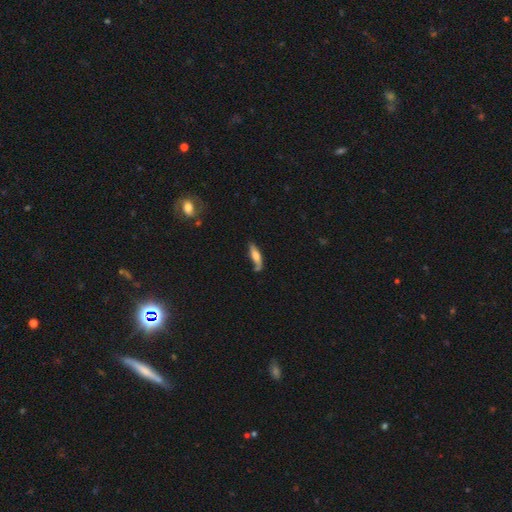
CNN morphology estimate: A smooth galaxy with no disk features (57%) that is cigar-shaped (67%). Merging: none (62%).